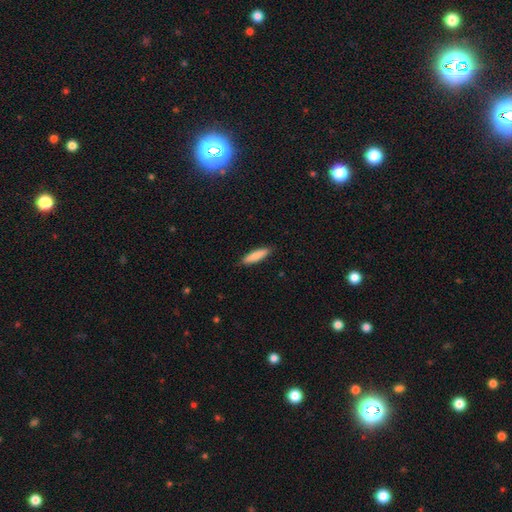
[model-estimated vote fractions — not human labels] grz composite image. It shows a smooth galaxy with no disk features (84%) that is cigar-shaped (74%). Merging: none (88%).